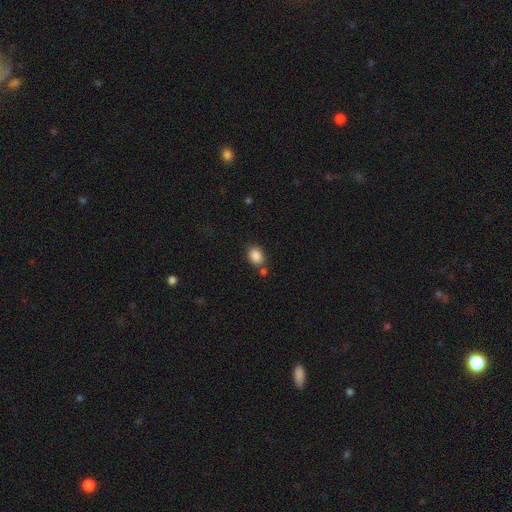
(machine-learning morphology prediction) Overall: smooth (87%). How rounded: in between (68%; round 31%). Merging: none (69%).